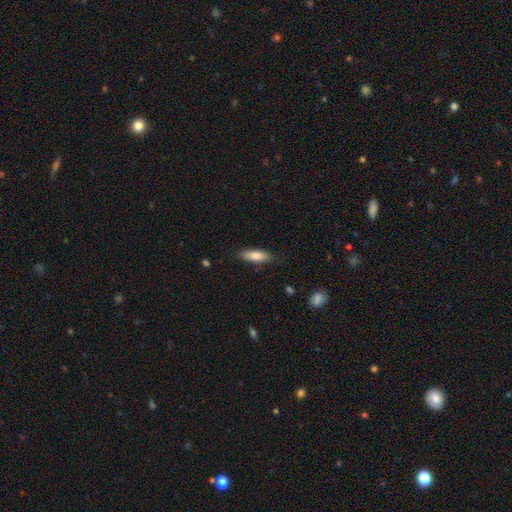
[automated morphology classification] smooth-or-featured: smooth: 80% | featured or disk: 14% | star or artifact: 6%
  how-rounded: in between: 49% (tied) | cigar-shaped: 49% (tied) | round: 2%
  merging: none: 83% | minor disturbance: 13% | major disturbance: 3% | merger: 1%